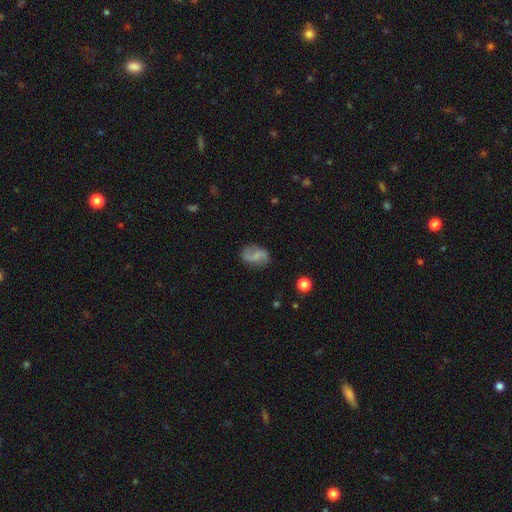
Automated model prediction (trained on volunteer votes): Smooth or featured? Predicted: featured or disk (p=0.63). Edge-on disk? Predicted: no (p=0.97). Bar? Predicted: weak (p=0.46). Spiral arms? Predicted: yes (p=0.91). Spiral winding? Predicted: loose (p=0.62). Spiral arm count? Predicted: 2 (p=0.91). Bulge size? Predicted: none (p=0.41). Merging? Predicted: none (p=0.78).